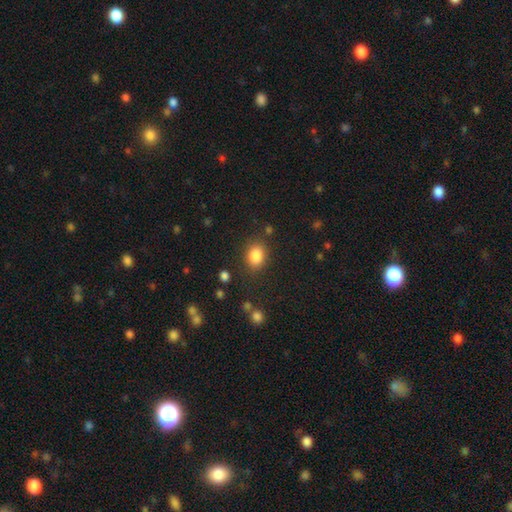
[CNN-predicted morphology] Smooth or featured: smooth — 85% (star or artifact — 10%)
How rounded: in between — 65% (round — 34%)
Merging: none — 82% (minor disturbance — 11%)